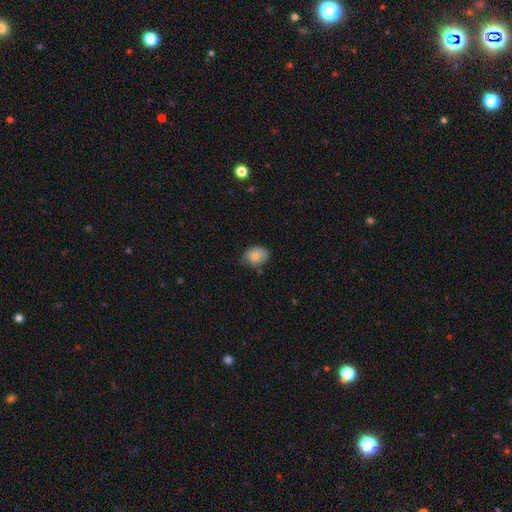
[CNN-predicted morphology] Overall: smooth (77%). How rounded: round (50%; in between 49%). Merging: none (61%; minor disturbance 31%).